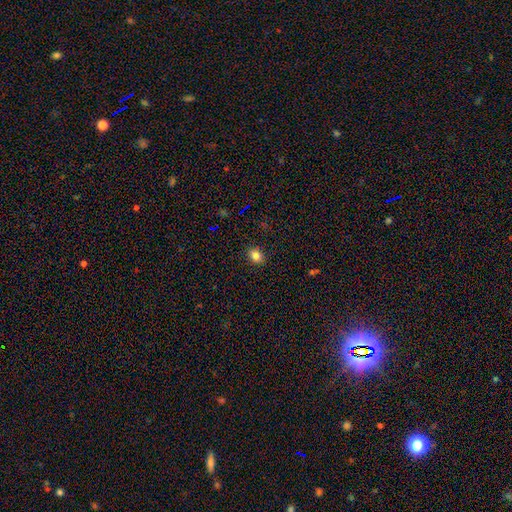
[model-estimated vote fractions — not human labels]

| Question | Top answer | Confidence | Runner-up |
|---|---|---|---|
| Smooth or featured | smooth | 83% | star or artifact (11%) |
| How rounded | in between | 66% | round (33%) |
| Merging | none | 89% | minor disturbance (8%) |